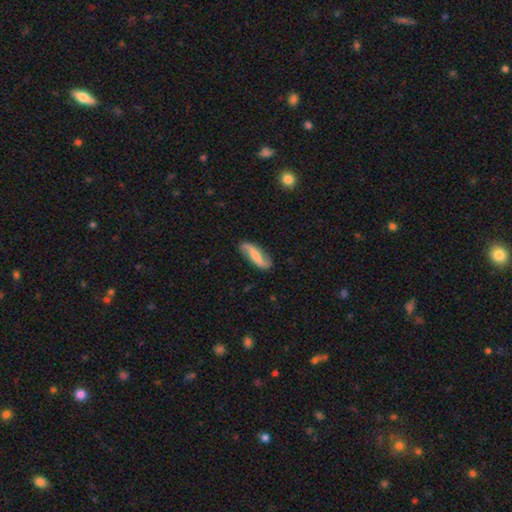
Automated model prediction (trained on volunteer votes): smooth-or-featured: featured or disk: 66% | smooth: 28% | star or artifact: 6%
  disk-edge-on: no: 89% | yes: 11%
    bar: no: 35% | weak: 34% | strong: 32%
    has-spiral-arms: yes: 93% | no: 7%
      spiral-winding: loose: 80% | medium: 14% | tight: 6%
      spiral-arm-count: 2: 92% | can't tell: 3% | 1: 2% | 3: 1% | 4: 1% | more than 4: 1%
    bulge-size: small: 37% | moderate: 28% | none: 26% | large: 7% | dominant: 2%
  merging: none: 80% | minor disturbance: 15% | major disturbance: 4% | merger: 2%